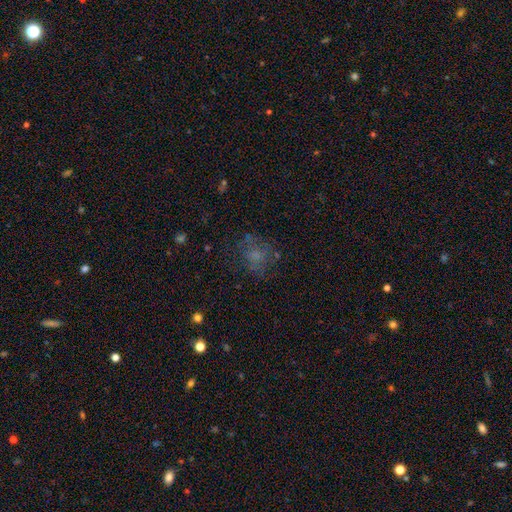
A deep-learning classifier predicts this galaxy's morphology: This appears to be a smooth galaxy with no disk features (56%) that is round (72%). Merging: none (62%).